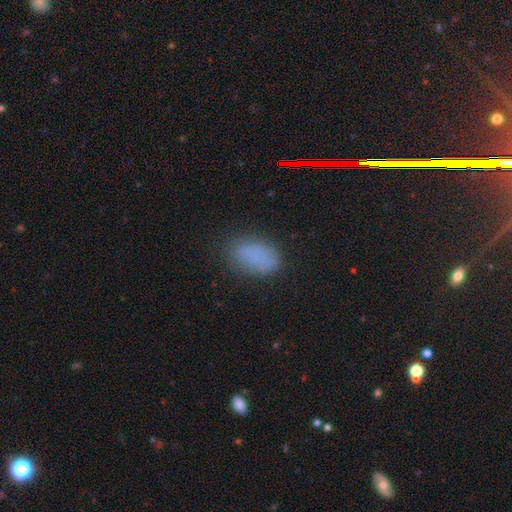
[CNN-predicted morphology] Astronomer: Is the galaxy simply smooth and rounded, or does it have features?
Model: smooth — 79%.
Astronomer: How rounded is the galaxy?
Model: in between — 87%.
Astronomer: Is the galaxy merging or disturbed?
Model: none — 80%.